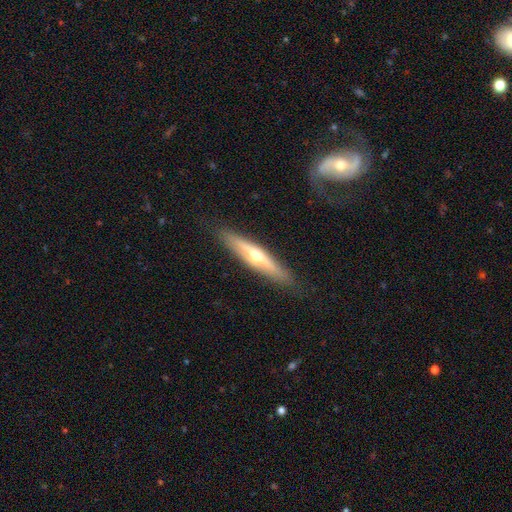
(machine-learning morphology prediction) The model was most divided on "smooth or featured": featured or disk: 60%, smooth: 34%, star or artifact: 6%. More confident: edge-on disk — yes (88%); merging — none (87%); edge-on bulge — rounded (86%).